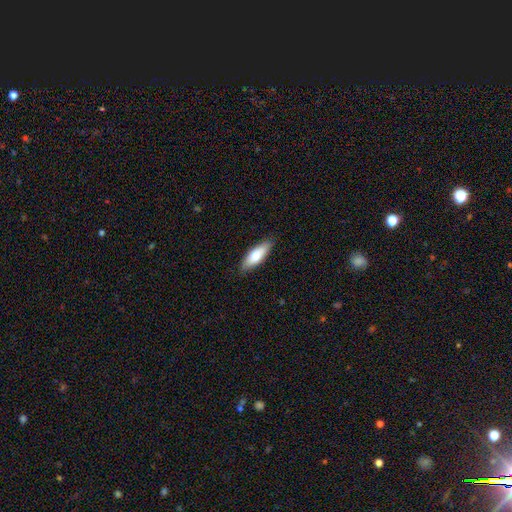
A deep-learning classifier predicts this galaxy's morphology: smooth-or-featured: smooth: 71% | featured or disk: 23% | star or artifact: 6%
  how-rounded: in between: 57% | cigar-shaped: 41% | round: 2%
  merging: none: 86% | minor disturbance: 11% | major disturbance: 2% | merger: 1%